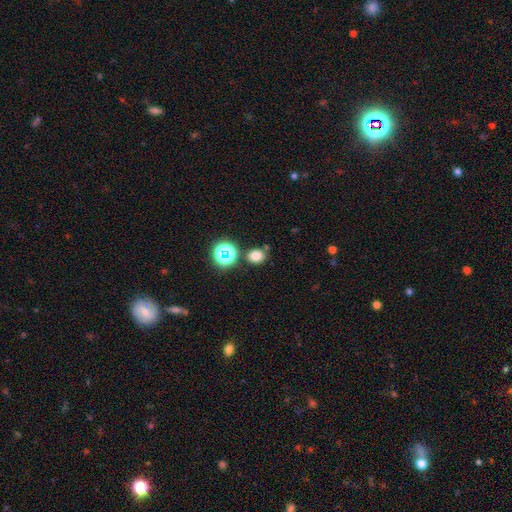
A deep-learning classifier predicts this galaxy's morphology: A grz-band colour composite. It shows a smooth galaxy with no disk features (74%) that is round (64%). Merging: none (78%).